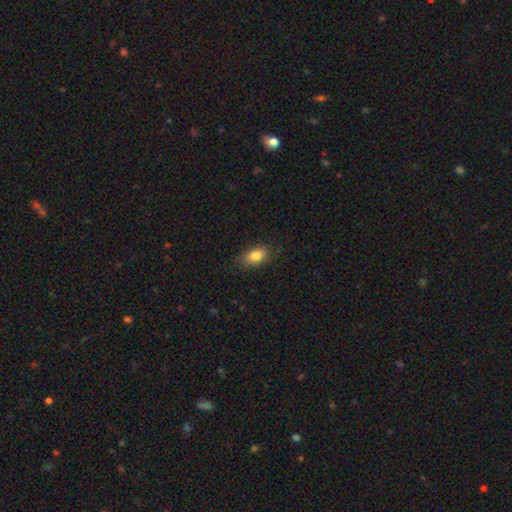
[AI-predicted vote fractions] This is clearly a smooth galaxy (82%). How rounded: clearly in between (87%). Merging: clearly none (82%).